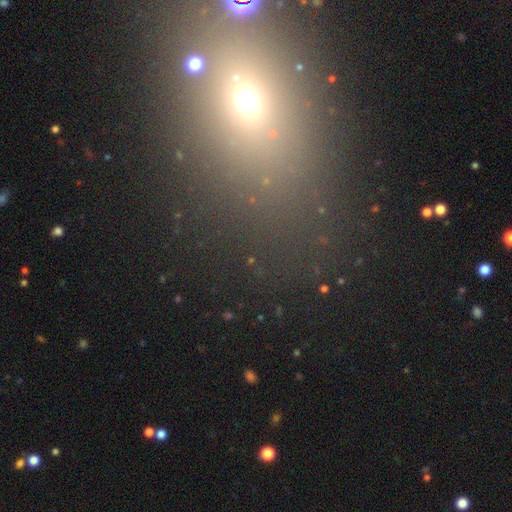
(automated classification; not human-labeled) Morphology: type=star or artifact (48%).